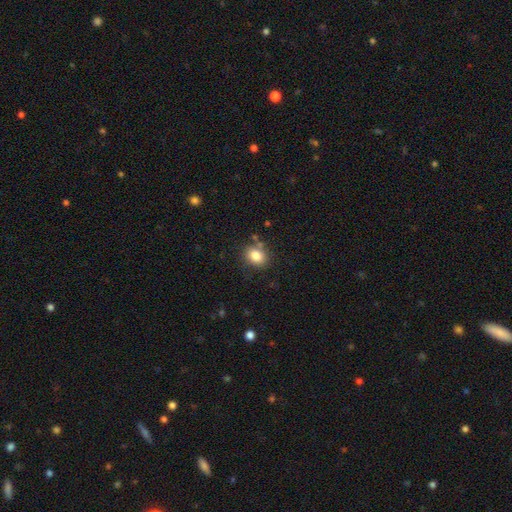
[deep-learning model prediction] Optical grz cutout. It shows a smooth galaxy with no disk features (83%) that is round (54%). Merging: none (79%).